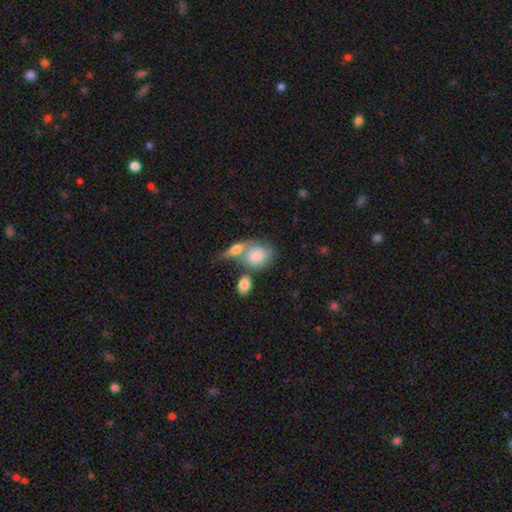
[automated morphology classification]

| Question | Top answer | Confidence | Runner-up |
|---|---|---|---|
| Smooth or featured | smooth | 76% | featured or disk (17%) |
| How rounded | in between | 59% | round (38%) |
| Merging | merger | 47% | none (33%) |